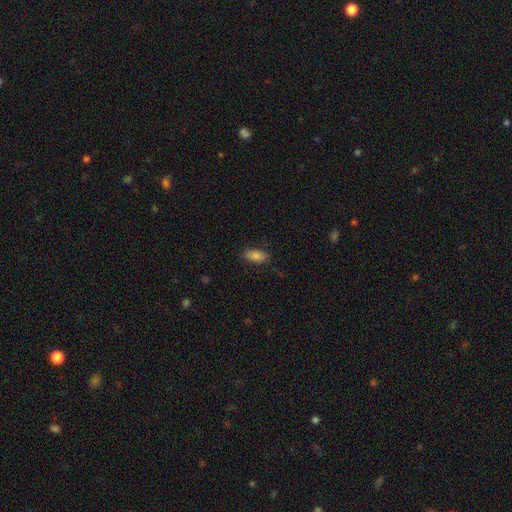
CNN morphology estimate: Smooth or featured: smooth — 82% (featured or disk — 10%)
How rounded: in between — 87% (cigar-shaped — 10%)
Merging: none — 81% (minor disturbance — 14%)